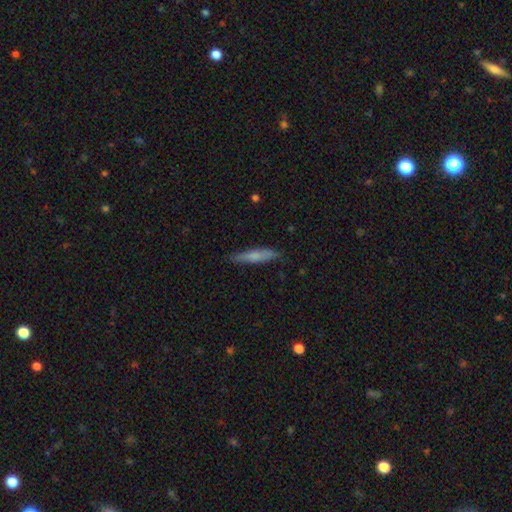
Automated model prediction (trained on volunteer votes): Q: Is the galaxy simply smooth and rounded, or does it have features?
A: smooth — 66%.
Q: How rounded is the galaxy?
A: cigar-shaped — 86%.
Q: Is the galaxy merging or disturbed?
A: none — 83%.